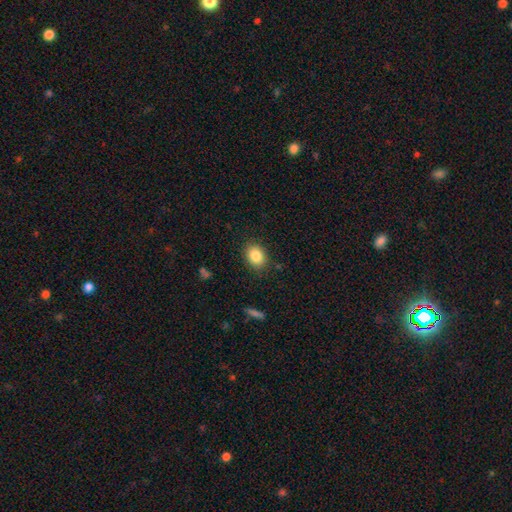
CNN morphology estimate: A smooth galaxy with no disk features (85%) that is in between round and cigar-shaped (58%).

Vote fractions:
- Smooth or featured? smooth: 85% / star or artifact: 9% / featured or disk: 6%
- How rounded? in between: 58% / round: 41% / cigar-shaped: 1%
- Merging? none: 86% / minor disturbance: 10% / major disturbance: 3% / merger: 1%